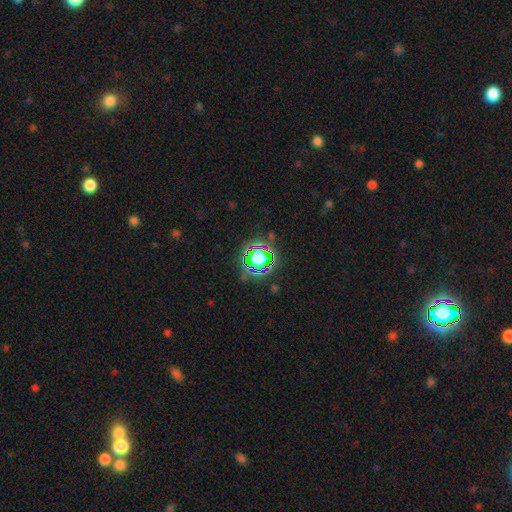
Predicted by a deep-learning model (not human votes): A star or artifact, not a galaxy (65%).